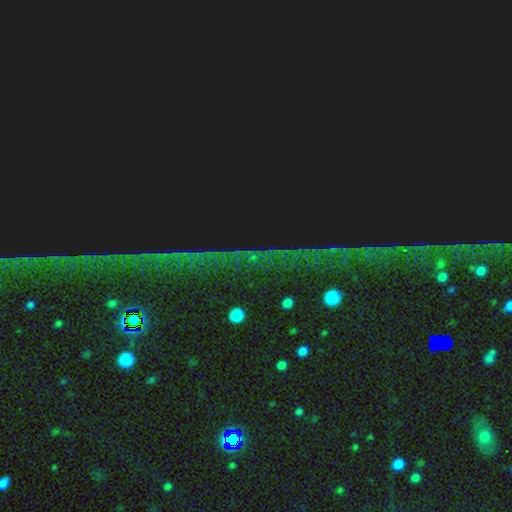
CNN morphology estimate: smooth_or_featured: star or artifact (p=0.85) [alt: featured or disk p=0.08]